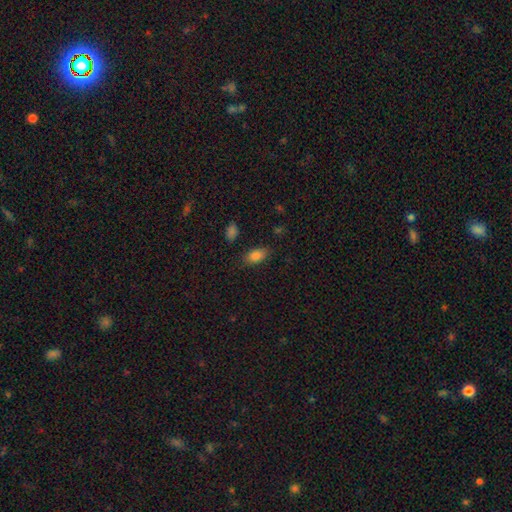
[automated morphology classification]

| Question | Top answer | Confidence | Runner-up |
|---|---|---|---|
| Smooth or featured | smooth | 84% | star or artifact (10%) |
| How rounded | in between | 90% | round (6%) |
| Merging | none | 82% | minor disturbance (13%) |